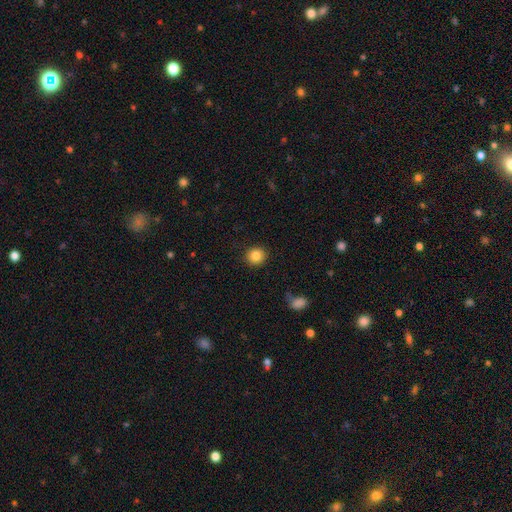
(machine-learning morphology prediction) smooth 86%, star or artifact 10%, featured or disk 5%. Down the decision tree: how rounded — round (87%); merging — none (90%).